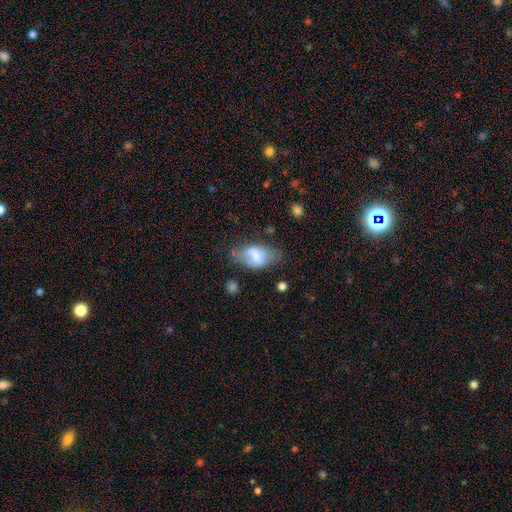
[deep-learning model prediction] A smooth galaxy with no disk features (57%) that is in between round and cigar-shaped (89%).

Vote fractions:
- Smooth or featured? smooth: 57% / featured or disk: 35% / star or artifact: 8%
- How rounded? in between: 89% / round: 7% / cigar-shaped: 4%
- Merging? none: 55% / minor disturbance: 29% / major disturbance: 13% / merger: 4%